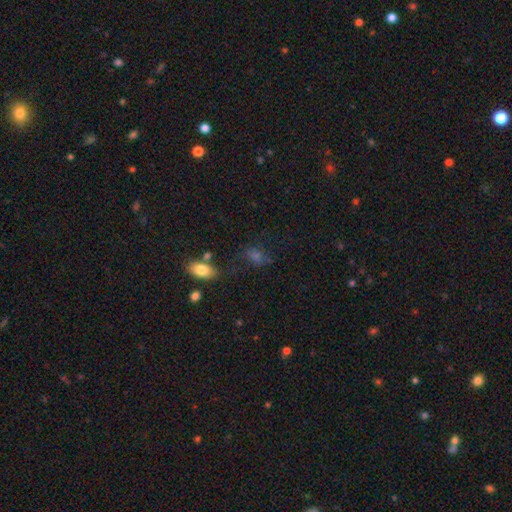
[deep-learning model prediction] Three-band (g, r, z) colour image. It shows a smooth galaxy with no disk features (58%) that is in between round and cigar-shaped (69%). Merging: none (58%).